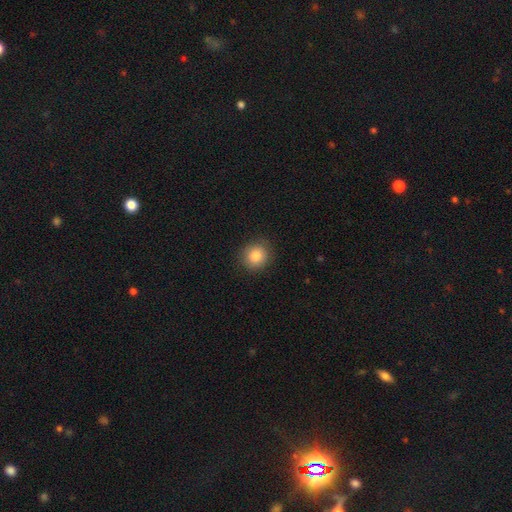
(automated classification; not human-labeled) A smooth galaxy with no disk features (85%) that is round (88%).

Vote fractions:
- Smooth or featured? smooth: 85% / star or artifact: 9% / featured or disk: 6%
- How rounded? round: 88% / in between: 11% / cigar-shaped: 1%
- Merging? none: 89% / minor disturbance: 8% / major disturbance: 2% / merger: 1%